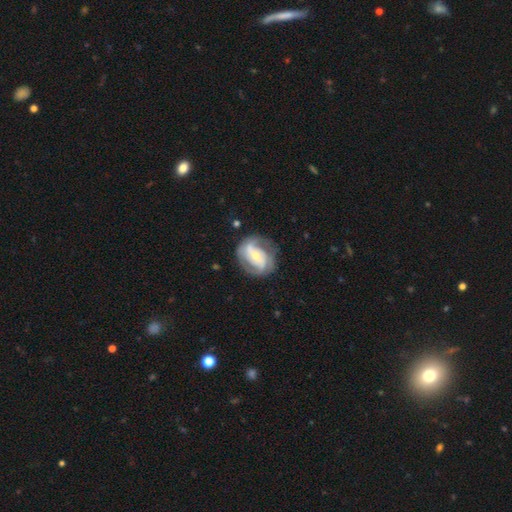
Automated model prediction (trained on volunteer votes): Smooth or featured?
  - featured or disk: 80% *
  - smooth: 15%
  - star or artifact: 5%
Edge-on disk?
  - no: 97% *
  - yes: 3%
Bar?
  - no: 40% *
  - weak: 35%
  - strong: 25%
Spiral arms?
  - yes: 91% *
  - no: 9%
Spiral winding?
  - medium: 42% *
  - tight: 38%
  - loose: 20%
Spiral arm count?
  - 2: 63% *
  - can't tell: 15%
  - 3: 14%
  - 1: 4%
  - 4: 3%
  - more than 4: 2%
Bulge size?
  - small: 50% *
  - moderate: 44%
  - large: 3%
  - none: 1%
  - dominant: 1%
Merging?
  - none: 70% *
  - minor disturbance: 19%
  - major disturbance: 10%
  - merger: 2%